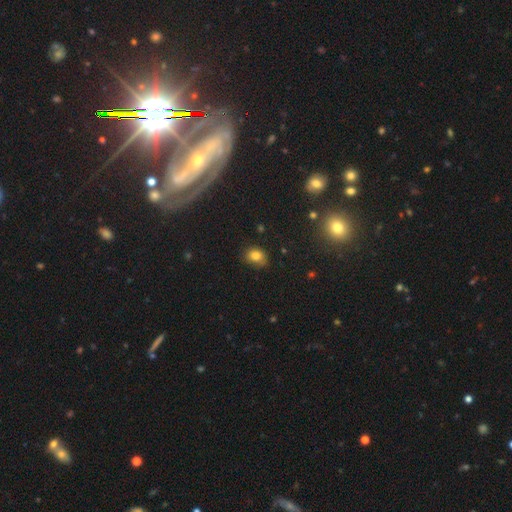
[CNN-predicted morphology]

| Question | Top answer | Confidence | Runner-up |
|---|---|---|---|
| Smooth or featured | smooth | 80% | star or artifact (13%) |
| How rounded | in between | 56% | round (43%) |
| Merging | none | 72% | minor disturbance (22%) |